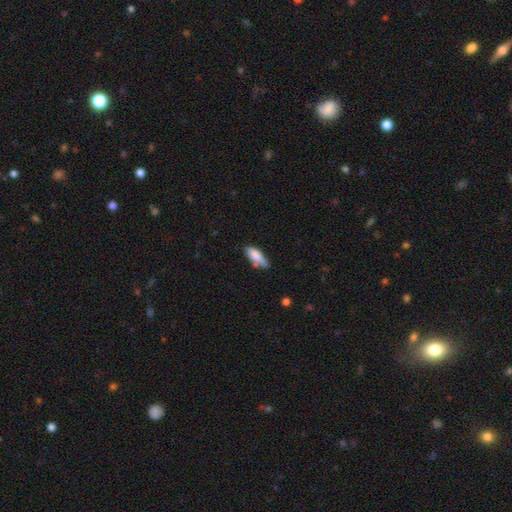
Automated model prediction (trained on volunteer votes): smooth-or-featured: smooth: 82% | featured or disk: 11% | star or artifact: 7%
  how-rounded: in between: 67% | cigar-shaped: 31% | round: 2%
  merging: none: 57% | minor disturbance: 31% | merger: 6% | major disturbance: 6%